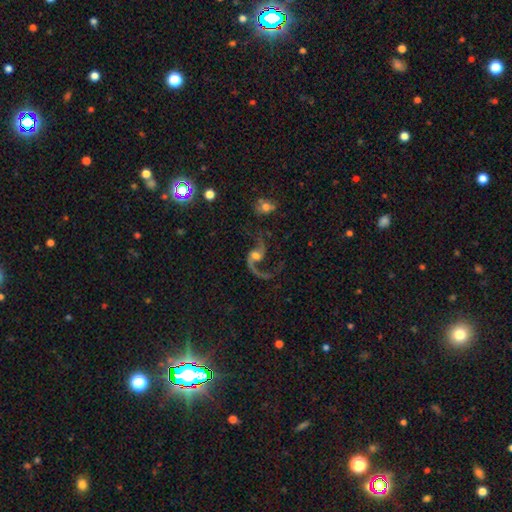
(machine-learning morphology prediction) A featured or disk galaxy (89%) with no bar (52%), 2 (88%) loose (82%) spiral arms (97%) and a moderate central bulge (56%). Merging: none (60%).